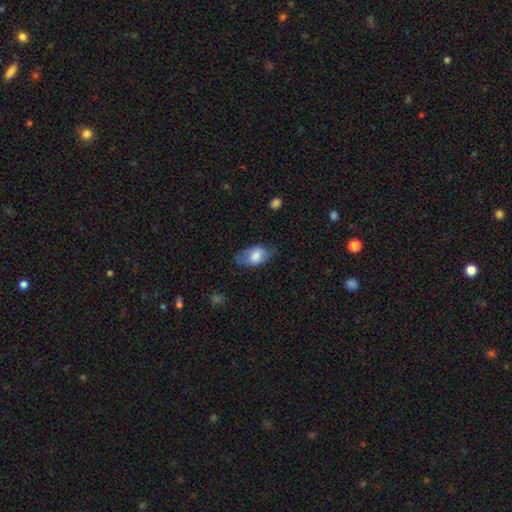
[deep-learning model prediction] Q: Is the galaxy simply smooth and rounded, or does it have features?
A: smooth — 73%.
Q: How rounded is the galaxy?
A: in between — 92%.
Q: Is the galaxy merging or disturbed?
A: none — 64%.